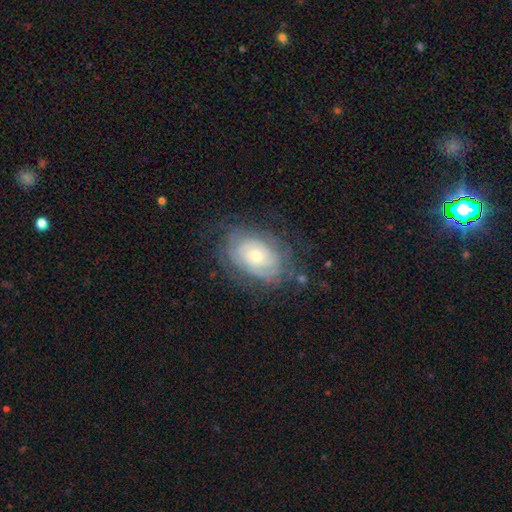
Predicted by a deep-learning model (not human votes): Smooth or featured: featured or disk — 73% (smooth — 20%)
Edge-on disk: no — 96% (yes — 4%)
Bar: no — 78% (weak — 19%)
Spiral arms: yes — 89% (no — 11%)
Spiral winding: tight — 73% (medium — 20%)
Spiral arm count: can't tell — 54% (2 — 18%)
Bulge size: small — 57% (moderate — 37%)
Merging: none — 69% (minor disturbance — 20%)